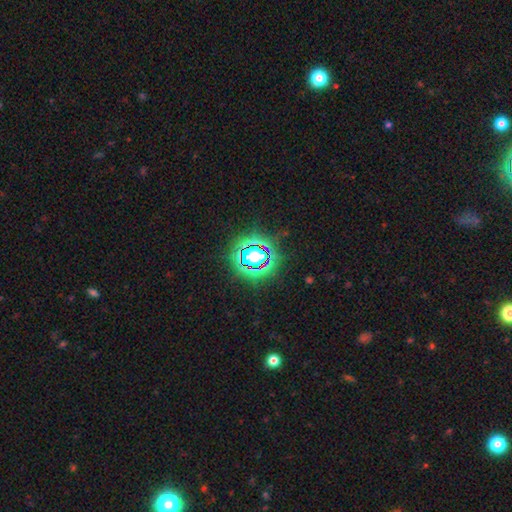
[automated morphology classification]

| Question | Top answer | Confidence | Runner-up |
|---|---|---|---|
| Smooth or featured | star or artifact | 70% | smooth (19%) |